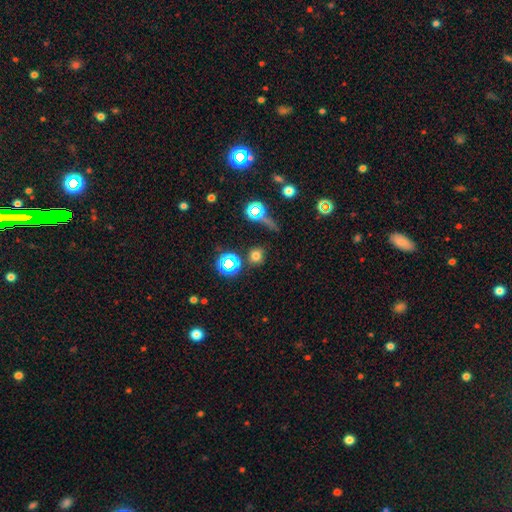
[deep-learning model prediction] Smooth or featured? smooth (67%)
How rounded? round (86%)
Merging? none (80%)